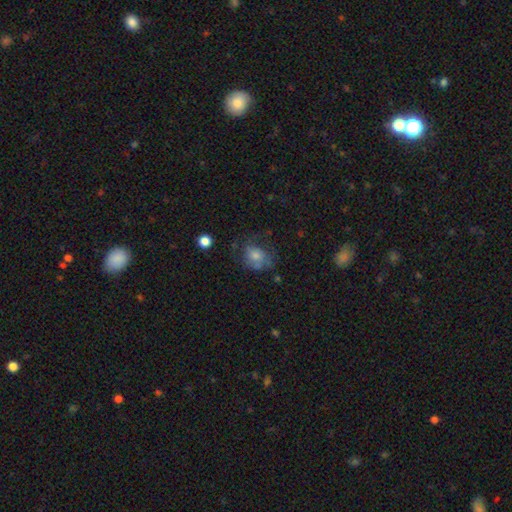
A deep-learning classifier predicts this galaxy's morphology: type=smooth (56%); roundness=round (55%); merging=none (50%).